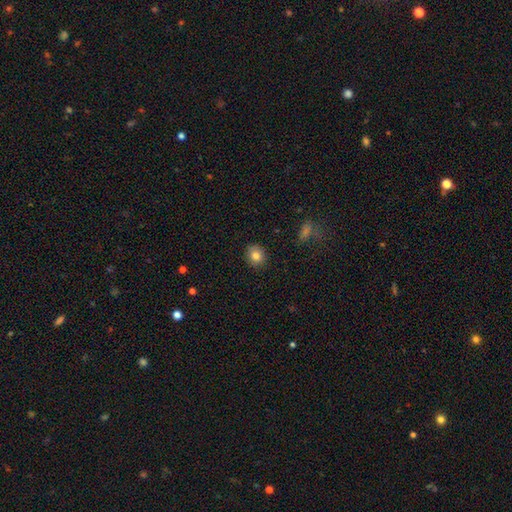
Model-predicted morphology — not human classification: type=smooth (82%); roundness=round (74%); merging=none (88%).